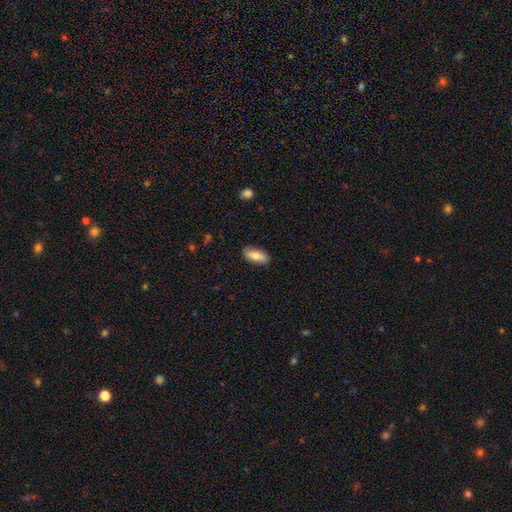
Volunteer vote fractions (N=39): This appears to be a smooth galaxy with no disk features (79%) that is in between round and cigar-shaped (90%). Merging: none (72%).